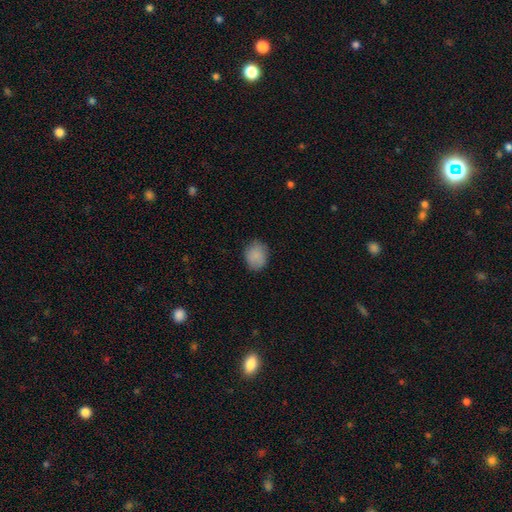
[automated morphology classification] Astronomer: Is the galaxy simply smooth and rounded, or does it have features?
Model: smooth — 87%.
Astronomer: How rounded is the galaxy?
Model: round — 53% (runner-up: in between, 46%).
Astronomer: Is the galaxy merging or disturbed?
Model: none — 81%.